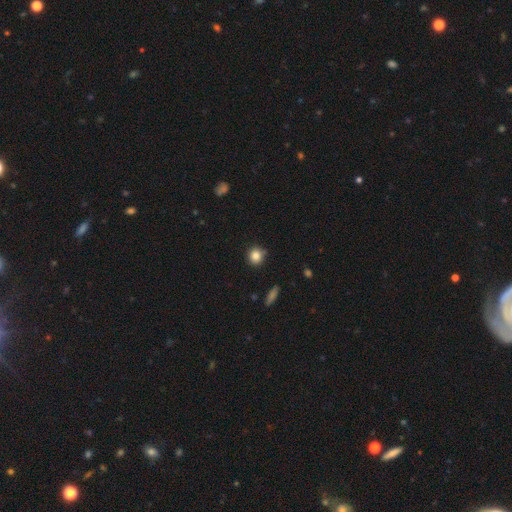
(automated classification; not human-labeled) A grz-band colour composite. It shows a smooth galaxy with no disk features (85%) that is round (89%). Merging: none (86%).